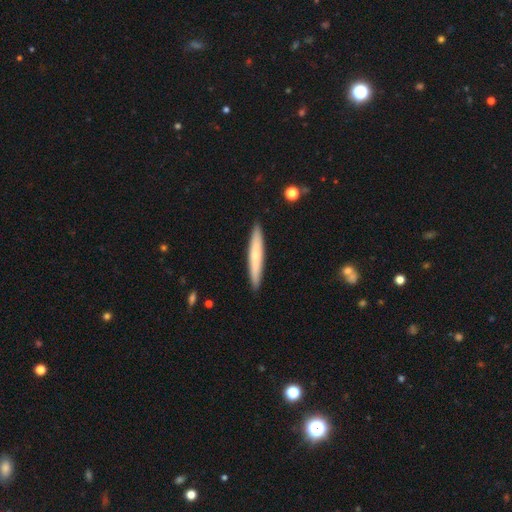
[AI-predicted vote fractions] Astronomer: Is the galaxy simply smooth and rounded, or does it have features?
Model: smooth — 63%.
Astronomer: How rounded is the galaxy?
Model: cigar-shaped — 94%.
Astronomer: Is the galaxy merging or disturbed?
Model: none — 91%.